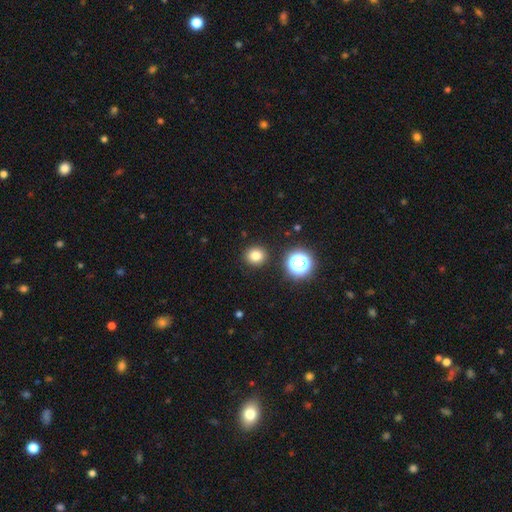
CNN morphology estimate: Smooth or featured? Predicted: smooth (p=0.79). How rounded? Predicted: round (p=0.86). Merging? Predicted: none (p=0.90).